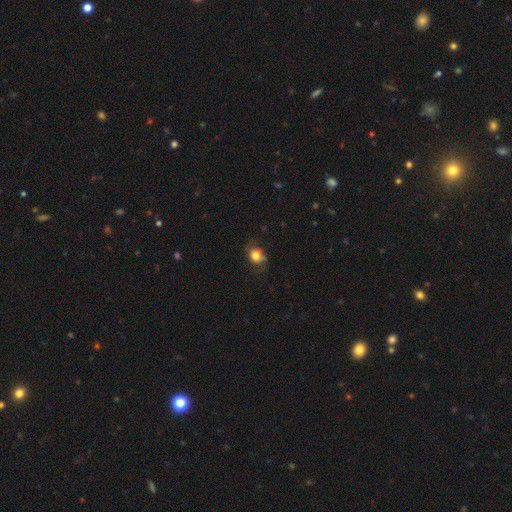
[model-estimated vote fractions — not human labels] smooth 78%, featured or disk 12%, star or artifact 10%. Down the decision tree: how rounded — round (50%); merging — none (67%).